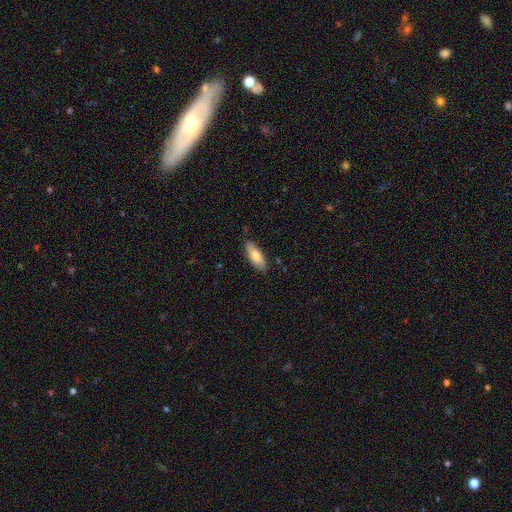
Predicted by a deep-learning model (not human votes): A smooth galaxy with no disk features (75%) that is in between round and cigar-shaped (69%). Merging: none (82%).